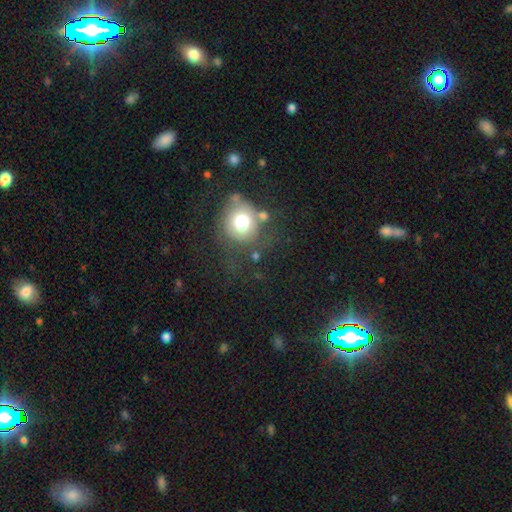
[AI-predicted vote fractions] smooth-or-featured: smooth: 70% | star or artifact: 16% | featured or disk: 14%
  how-rounded: round: 86% | in between: 13% | cigar-shaped: 1%
  merging: none: 62% | minor disturbance: 18% | major disturbance: 13% | merger: 7%